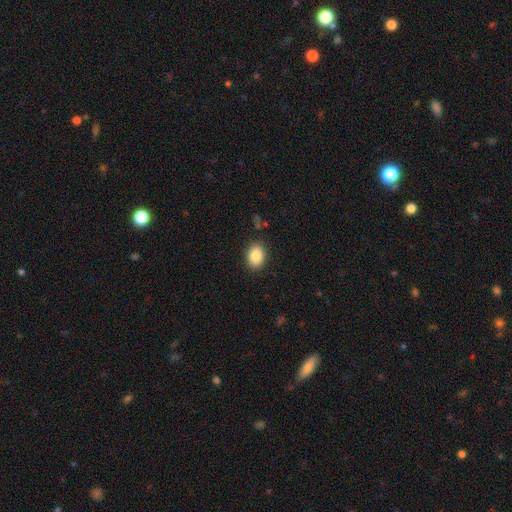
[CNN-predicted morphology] The model was most divided on "how rounded": in between: 72%, round: 27%, cigar-shaped: 1%. More confident: merging — none (88%); smooth or featured — smooth (87%).